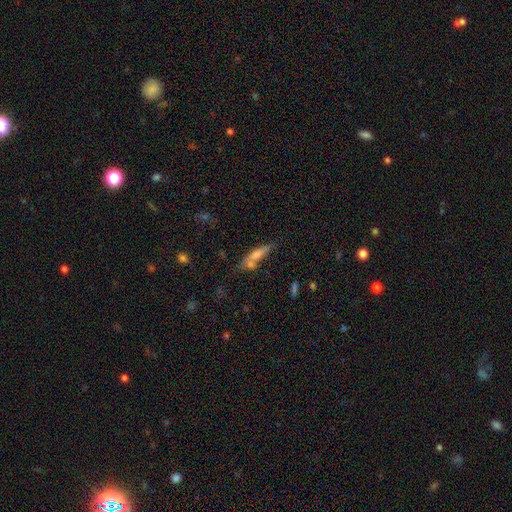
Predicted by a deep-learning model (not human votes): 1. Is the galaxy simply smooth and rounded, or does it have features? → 62% smooth, 30% featured or disk, 9% star or artifact.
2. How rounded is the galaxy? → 75% cigar-shaped, 23% in between, 2% round.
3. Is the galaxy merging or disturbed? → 50% none, 26% merger, 17% minor disturbance, 6% major disturbance.